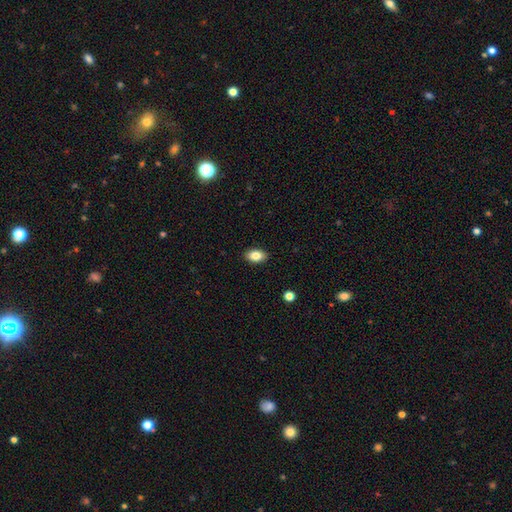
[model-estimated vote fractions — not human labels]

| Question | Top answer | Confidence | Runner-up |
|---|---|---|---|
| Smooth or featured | smooth | 84% | star or artifact (8%) |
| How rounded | in between | 90% | round (9%) |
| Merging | none | 90% | minor disturbance (8%) |